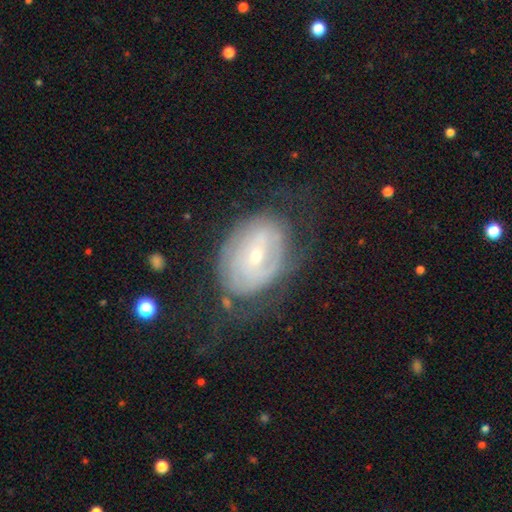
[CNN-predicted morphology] A featured or disk galaxy (73%) with no bar (45%), spiral arms (71%) and a small central bulge (70%). Merging: none (57%).